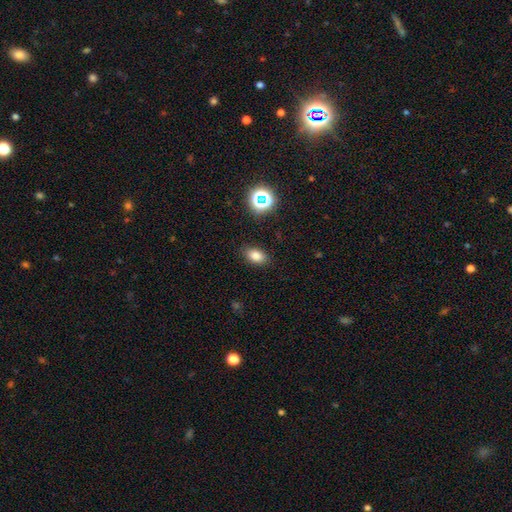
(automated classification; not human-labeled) Smooth or featured: smooth — 79% (star or artifact — 13%)
How rounded: in between — 87% (round — 10%)
Merging: none — 86% (minor disturbance — 9%)